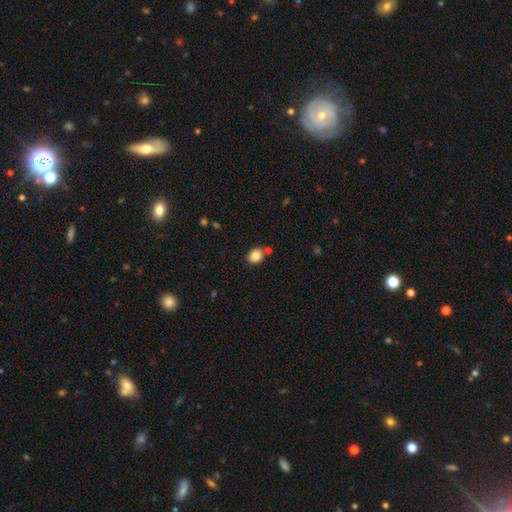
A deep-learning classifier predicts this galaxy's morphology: Overall: smooth (85%). How rounded: round (56%; in between 44%). Merging: none (73%).